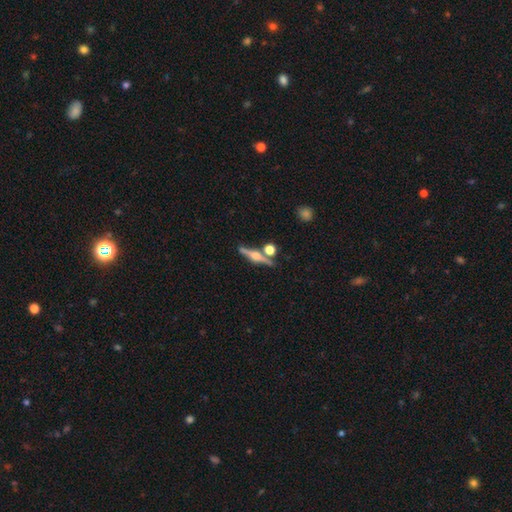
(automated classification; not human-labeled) Smooth or featured: featured or disk — 75% (smooth — 17%)
Edge-on disk: yes — 97% (no — 3%)
Edge-on bulge: rounded — 92% (boxy — 5%)
Merging: none — 79% (merger — 10%)